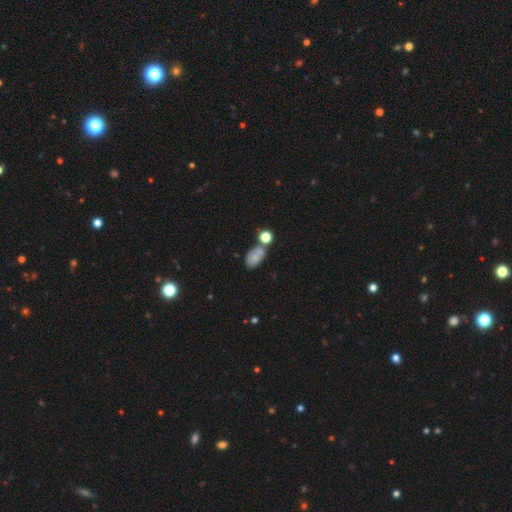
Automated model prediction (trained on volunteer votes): Morphology: type=smooth (68%); roundness=in between (87%); merging=none (50%).